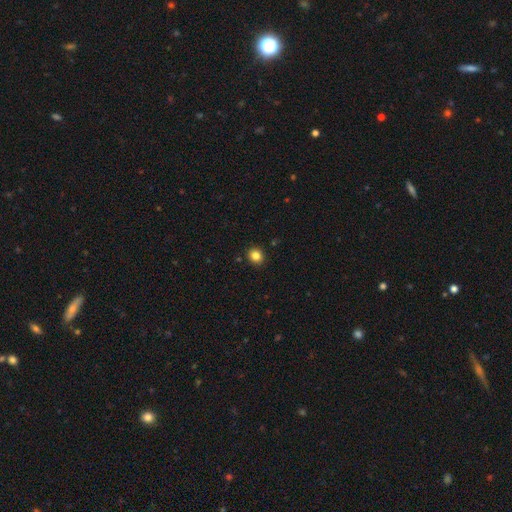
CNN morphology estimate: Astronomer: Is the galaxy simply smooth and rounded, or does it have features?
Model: smooth — 84%.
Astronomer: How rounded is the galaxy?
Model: round — 83%.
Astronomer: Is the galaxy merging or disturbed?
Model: none — 91%.